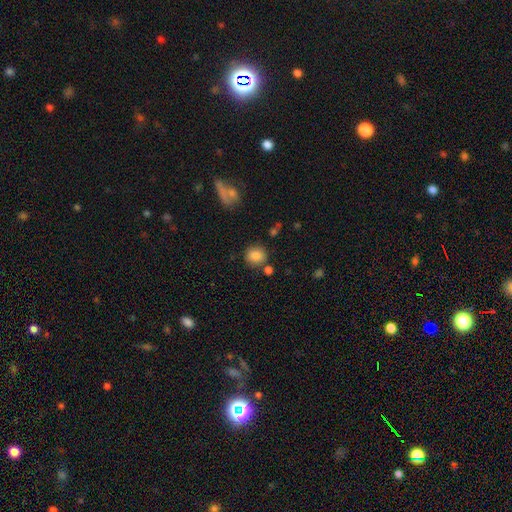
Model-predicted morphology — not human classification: smooth 85%, star or artifact 10%, featured or disk 6%. Down the decision tree: how rounded — round (83%); merging — none (79%).